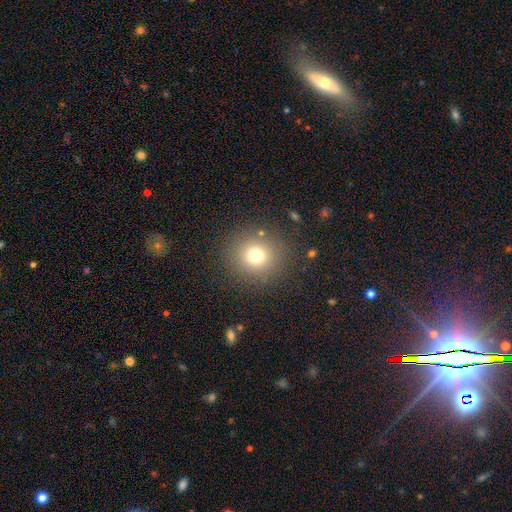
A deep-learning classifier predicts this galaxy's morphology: Overall: smooth (73%). How rounded: round (91%). Merging: none (86%).